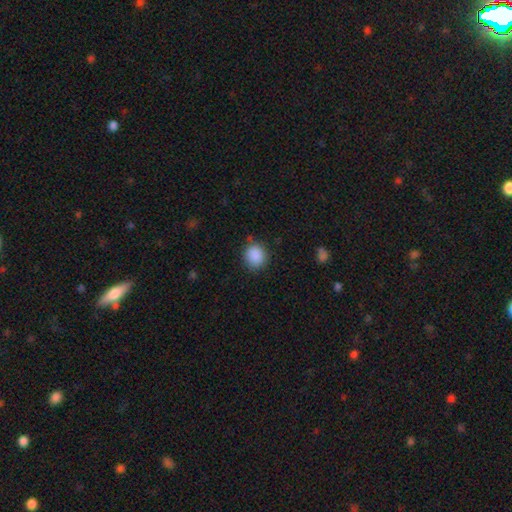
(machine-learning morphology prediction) A smooth galaxy with no disk features (89%) that is round (81%).

Vote fractions:
- Smooth or featured? smooth: 89% / star or artifact: 8% / featured or disk: 3%
- How rounded? round: 81% / in between: 18% / cigar-shaped: 1%
- Merging? none: 83% / minor disturbance: 12% / major disturbance: 3% / merger: 2%